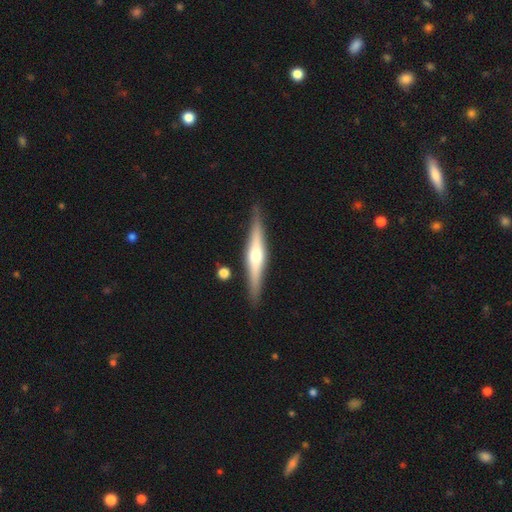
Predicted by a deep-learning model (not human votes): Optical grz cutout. It shows a featured or disk galaxy (70%) viewed edge-on (97%) with a rounded central bulge (85%). Merging: none (88%).